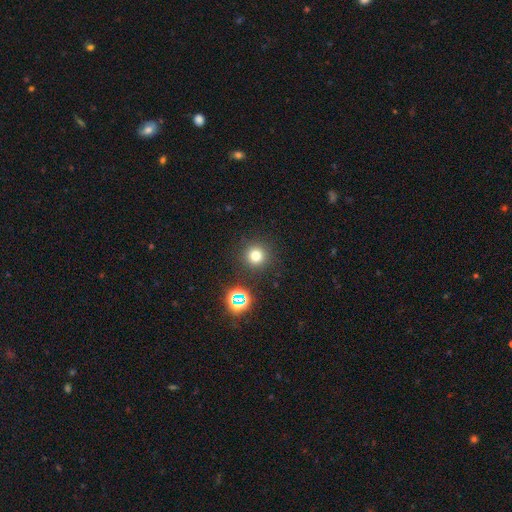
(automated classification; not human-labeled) smooth 73%, star or artifact 20%, featured or disk 7%. Down the decision tree: how rounded — round (95%); merging — none (88%).